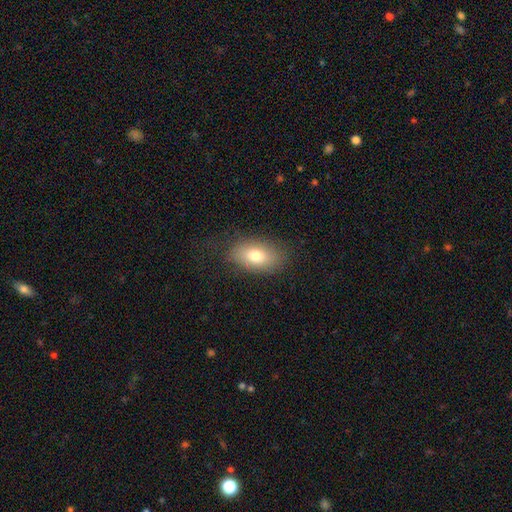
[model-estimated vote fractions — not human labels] This appears to be a smooth galaxy with no disk features (75%) that is in between round and cigar-shaped (88%). Merging: none (80%).